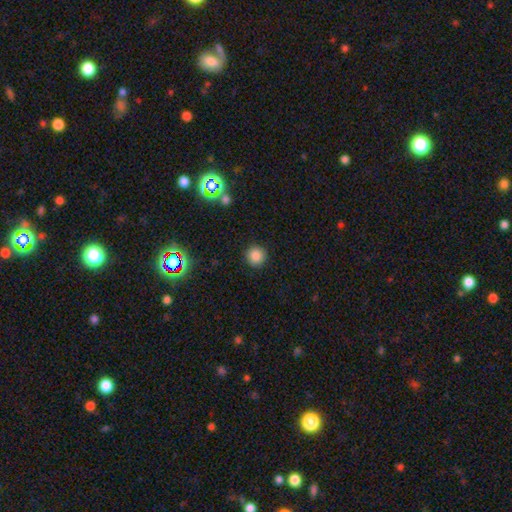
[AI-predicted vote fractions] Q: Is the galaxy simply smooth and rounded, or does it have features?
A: smooth — 84%.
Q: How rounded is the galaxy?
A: round — 94%.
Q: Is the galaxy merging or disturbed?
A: none — 90%.